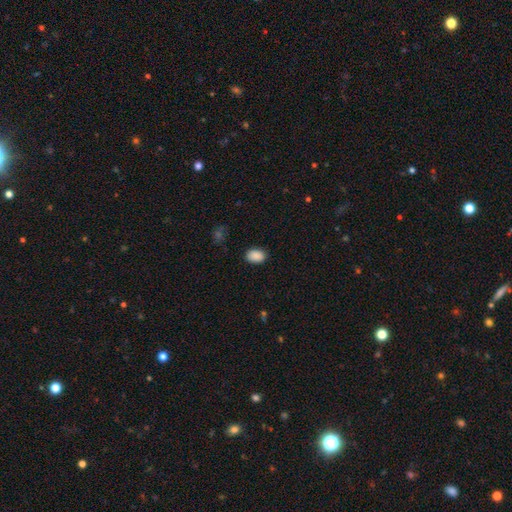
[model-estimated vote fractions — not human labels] Smooth or featured? Predicted: smooth (p=0.90). How rounded? Predicted: in between (p=0.83). Merging? Predicted: none (p=0.88).